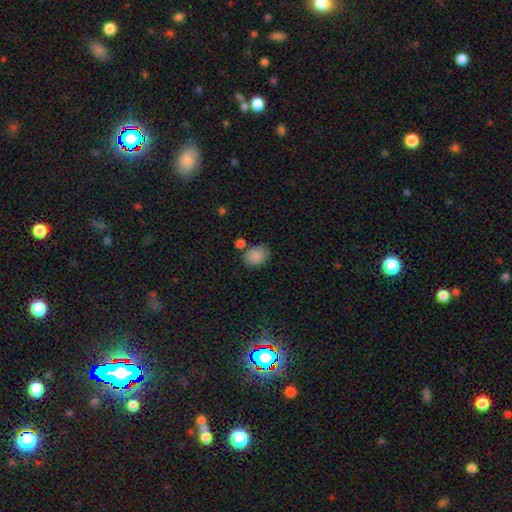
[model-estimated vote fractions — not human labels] smooth_or_featured: smooth (p=0.87) [alt: star or artifact p=0.08]
how_rounded: in between (p=0.64) [alt: round p=0.35]
merging: none (p=0.70) [alt: minor disturbance p=0.15]